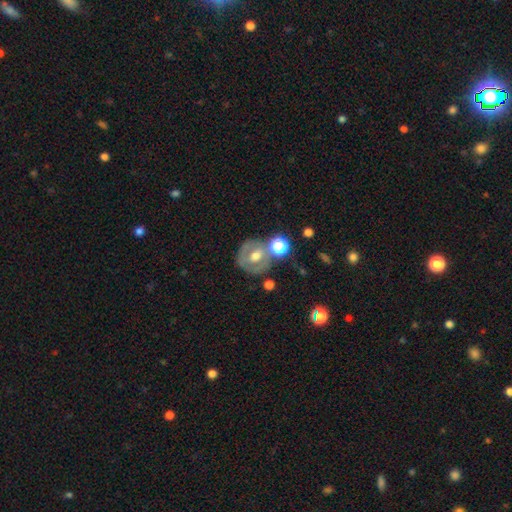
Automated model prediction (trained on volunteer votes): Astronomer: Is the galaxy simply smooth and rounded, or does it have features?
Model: featured or disk — 53% (runner-up: smooth, 38%).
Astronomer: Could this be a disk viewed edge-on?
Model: no — 94%.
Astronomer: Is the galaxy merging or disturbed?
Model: none — 59%.